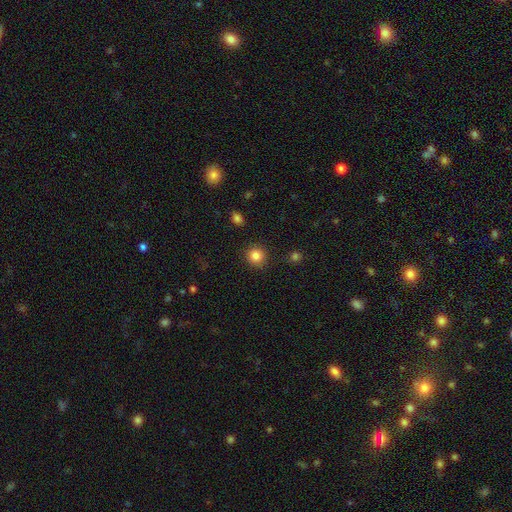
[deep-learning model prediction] smooth_or_featured: smooth (p=0.84) [alt: star or artifact p=0.11]
how_rounded: round (p=0.92) [alt: in between p=0.07]
merging: none (p=0.90) [alt: minor disturbance p=0.07]